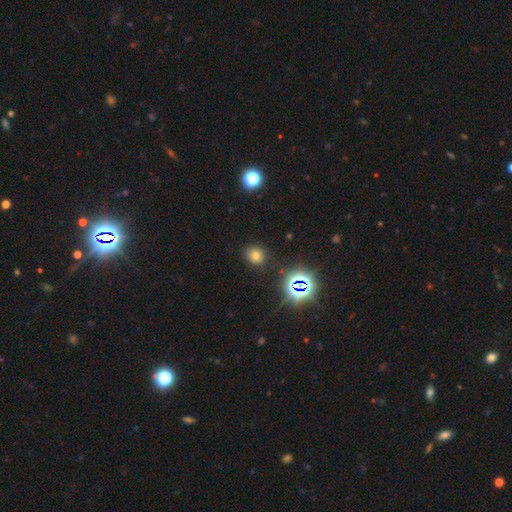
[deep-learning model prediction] Q: Smooth or featured?
A: smooth (66%); runner-up: star or artifact (25%)
Q: How rounded?
A: round (76%); runner-up: in between (23%)
Q: Merging?
A: none (85%); runner-up: minor disturbance (10%)